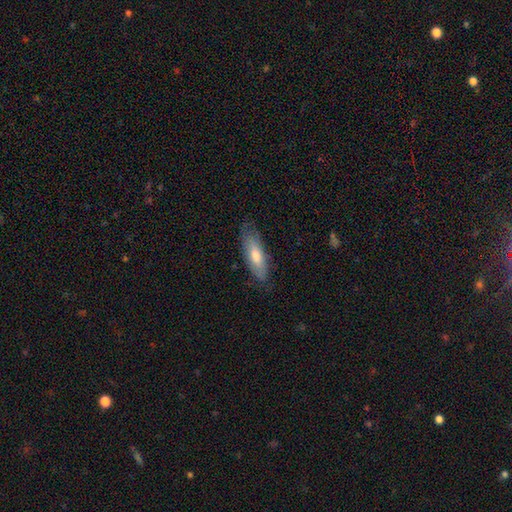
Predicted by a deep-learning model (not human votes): A smooth galaxy with no disk features (63%) that is cigar-shaped (50%). Merging: none (77%).